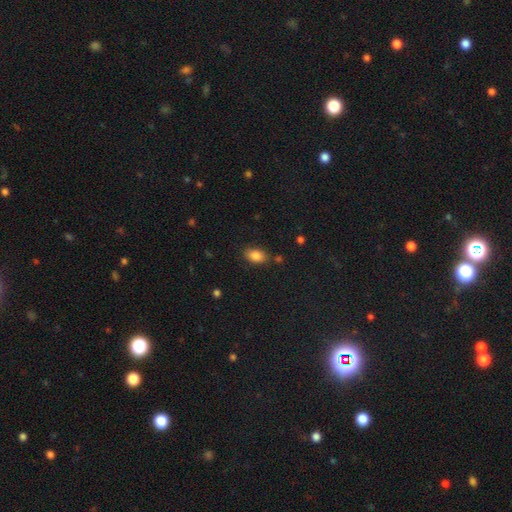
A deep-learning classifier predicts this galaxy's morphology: smooth_or_featured: smooth (p=0.84) [alt: star or artifact p=0.09]
how_rounded: in between (p=0.86) [alt: round p=0.12]
merging: none (p=0.78) [alt: minor disturbance p=0.14]